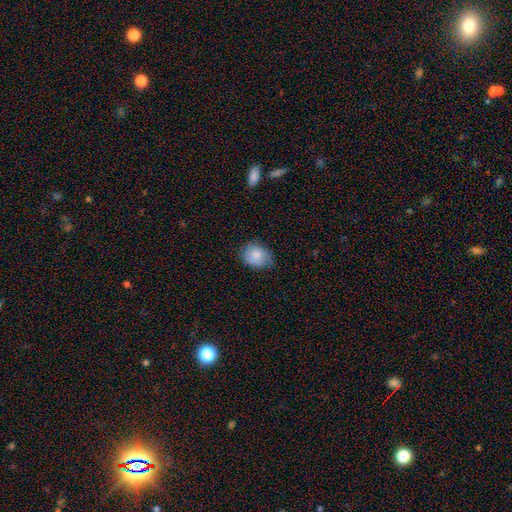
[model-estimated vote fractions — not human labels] Smooth or featured: smooth — 83% (featured or disk — 10%)
How rounded: round — 54% (in between — 45%)
Merging: none — 64% (minor disturbance — 29%)